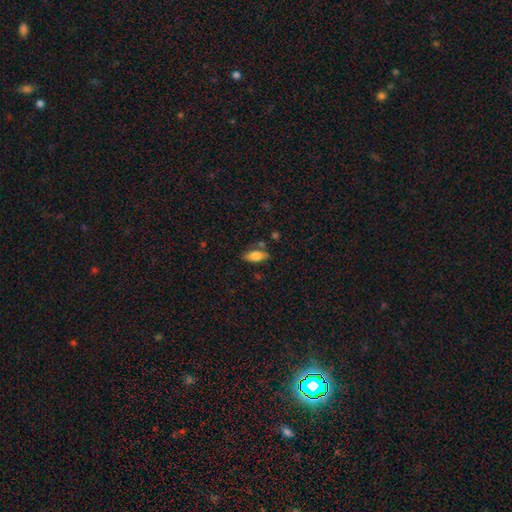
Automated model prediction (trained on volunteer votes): Smooth or featured? smooth (77%)
How rounded? in between (84%)
Merging? none (74%)